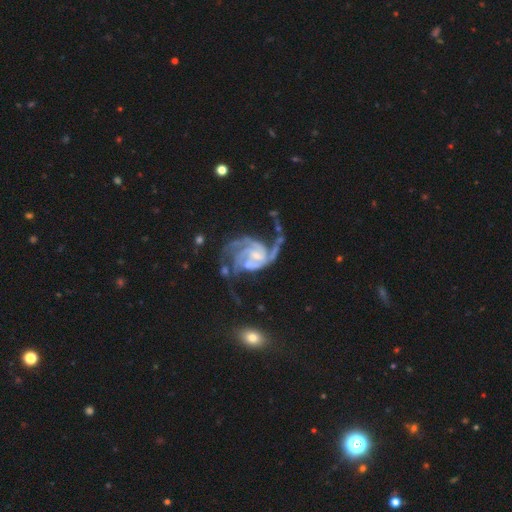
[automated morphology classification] This appears to be a featured or disk galaxy (91%) with no bar (48%), 3 (37%) medium (45%) spiral arms (97%) and a small central bulge (59%). Merging: none (36%).